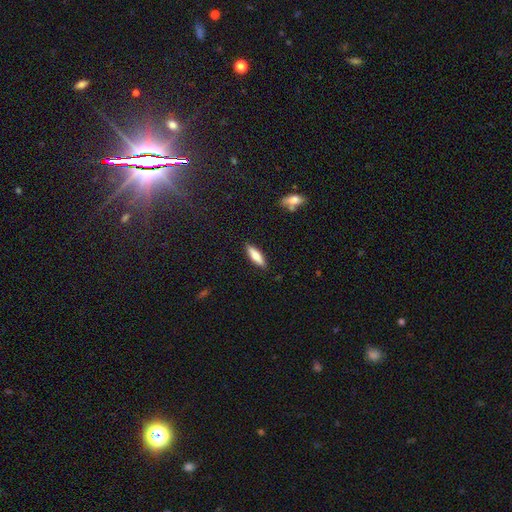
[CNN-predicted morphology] smooth-or-featured: smooth: 73% | featured or disk: 21% | star or artifact: 6%
  how-rounded: cigar-shaped: 60% | in between: 39% | round: 2%
  merging: none: 88% | minor disturbance: 9% | major disturbance: 2% | merger: 1%